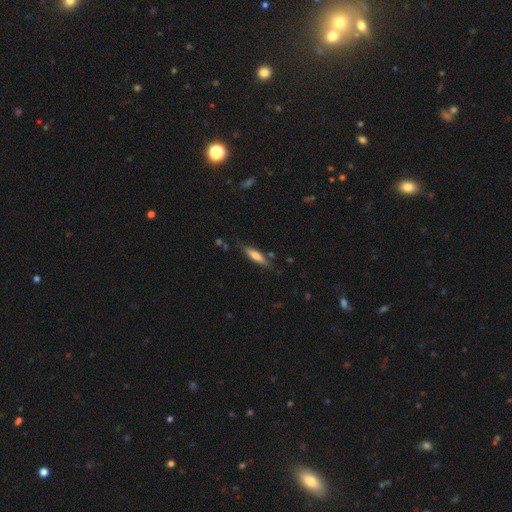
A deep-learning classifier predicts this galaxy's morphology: smooth_or_featured: smooth (p=0.60) [alt: featured or disk p=0.33]
how_rounded: cigar-shaped (p=0.77) [alt: in between p=0.21]
merging: none (p=0.78) [alt: minor disturbance p=0.15]